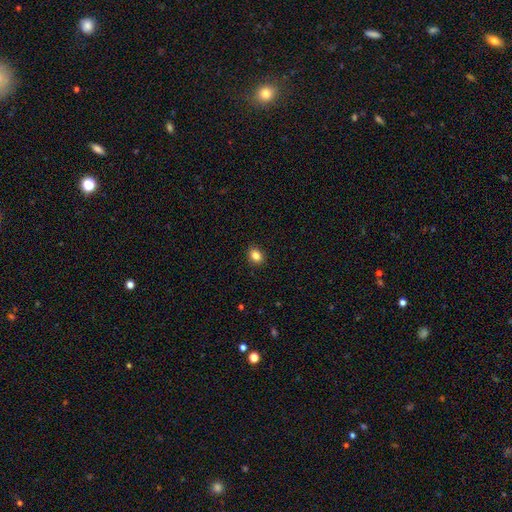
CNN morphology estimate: A smooth galaxy with no disk features (85%) that is in between round and cigar-shaped (65%).

Vote fractions:
- Smooth or featured? smooth: 85% / star or artifact: 9% / featured or disk: 5%
- How rounded? in between: 65% / round: 34% / cigar-shaped: 1%
- Merging? none: 90% / minor disturbance: 7% / major disturbance: 2% / merger: 1%